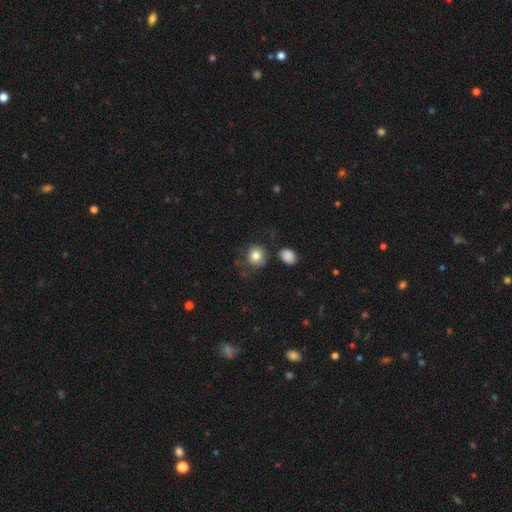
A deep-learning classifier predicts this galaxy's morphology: A smooth galaxy with no disk features (83%) that is round (81%). Merging: none (67%).